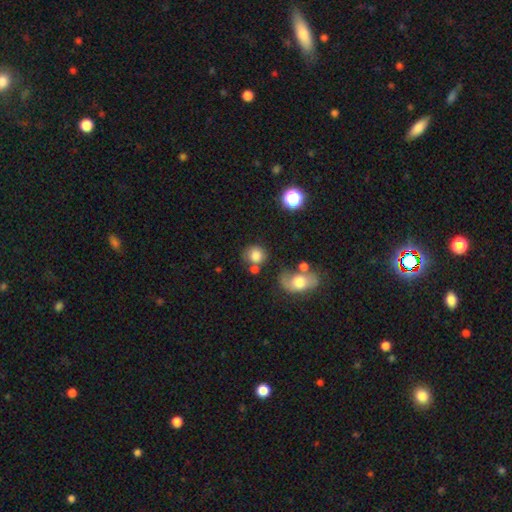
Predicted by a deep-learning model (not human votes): This is likely a smooth galaxy (78%). How rounded: clearly round (81%). Merging: possibly none (59%).